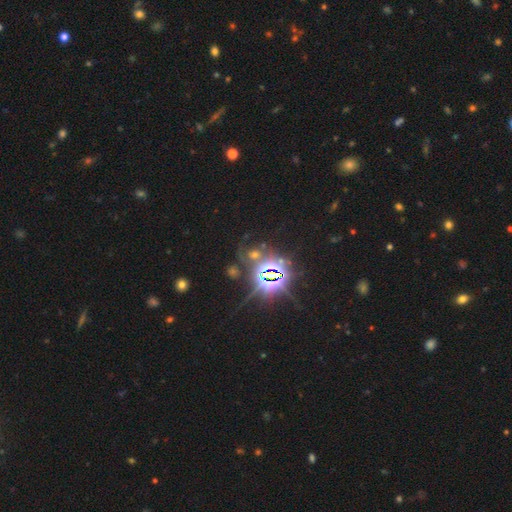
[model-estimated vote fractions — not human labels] Q: Smooth or featured?
A: star or artifact (83%); runner-up: smooth (9%)